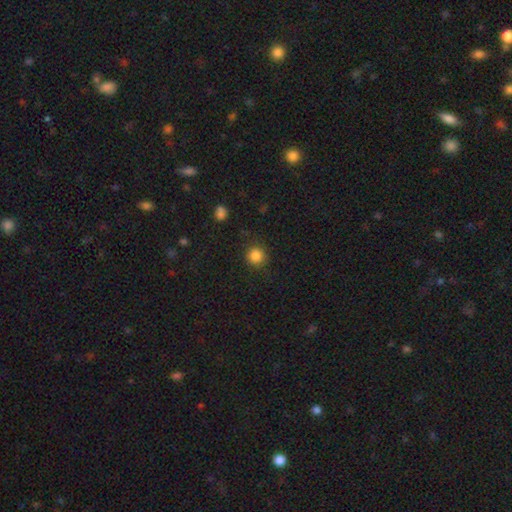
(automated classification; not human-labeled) Smooth or featured? Predicted: smooth (p=0.85). How rounded? Predicted: round (p=0.93). Merging? Predicted: none (p=0.88).